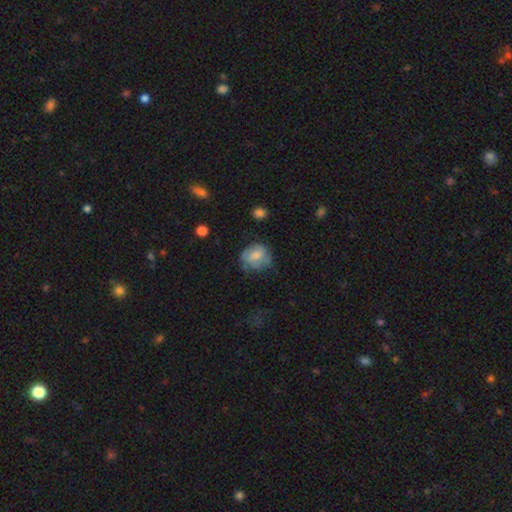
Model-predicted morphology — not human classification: Smooth or featured: smooth — 59% (featured or disk — 34%)
How rounded: round — 70% (in between — 29%)
Merging: none — 58% (minor disturbance — 28%)